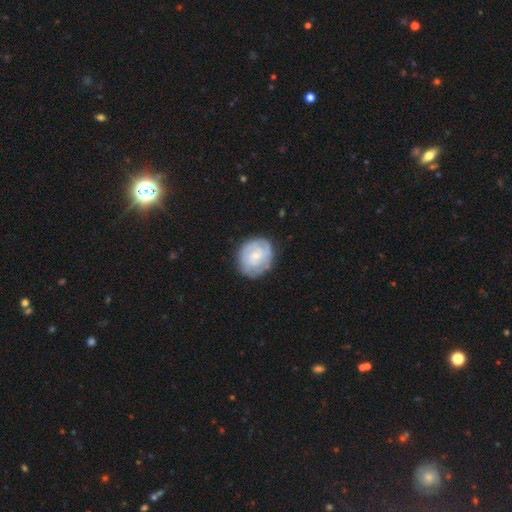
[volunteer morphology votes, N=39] A featured or disk galaxy (62%) with no bar (67%), tight (83%) spiral arms (75%) and a small central bulge (58%).

Vote fractions:
- Smooth or featured? featured or disk: 62% / smooth: 31% / star or artifact: 8%
- Edge-on disk? no: 100% / yes: 0%
- Bar? no: 67% / weak: 33% / strong: 0%
- Spiral arms? yes: 75% / no: 25%
- Spiral winding? tight: 83% / medium: 17% / loose: 0%
- Spiral arm count? can't tell: 67% / 2: 33% / 1: 0% / 3: 0% / 4: 0% / more than 4: 0%
- Bulge size? small: 58% / moderate: 29% / dominant: 8% / none: 4% / large: 0%
- Merging? none: 75% / minor disturbance: 22% / major disturbance: 3% / merger: 0%